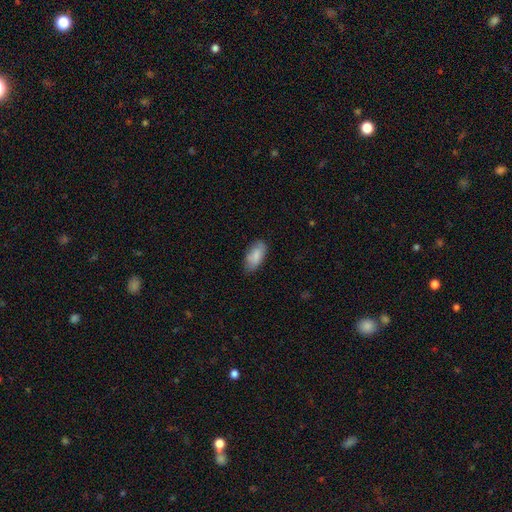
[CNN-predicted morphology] smooth-or-featured: smooth: 84% | featured or disk: 9% | star or artifact: 6%
  how-rounded: in between: 90% | cigar-shaped: 8% | round: 2%
  merging: none: 76% | minor disturbance: 19% | major disturbance: 3% | merger: 1%